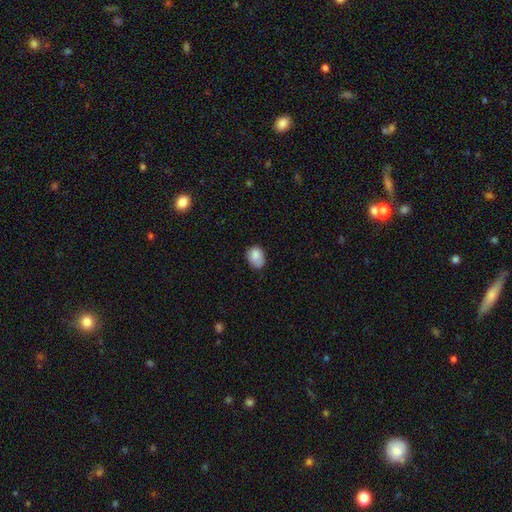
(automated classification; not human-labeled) A smooth galaxy with no disk features (83%) that is in between round and cigar-shaped (65%). Merging: none (62%).